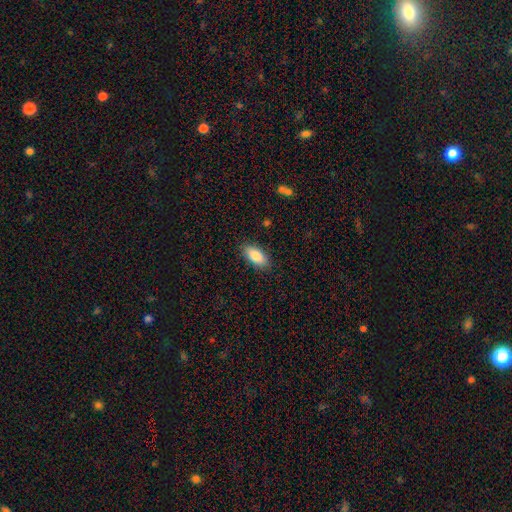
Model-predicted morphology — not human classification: smooth-or-featured: smooth: 84% | featured or disk: 9% | star or artifact: 7%
  how-rounded: in between: 87% | cigar-shaped: 11% | round: 2%
  merging: none: 87% | minor disturbance: 9% | major disturbance: 2% | merger: 1%